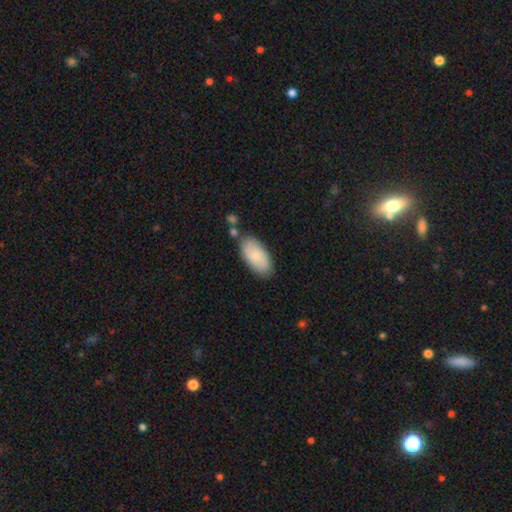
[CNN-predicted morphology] smooth_or_featured: smooth (p=0.78) [alt: featured or disk p=0.17]
how_rounded: in between (p=0.93) [alt: cigar-shaped p=0.05]
merging: none (p=0.76) [alt: minor disturbance p=0.15]